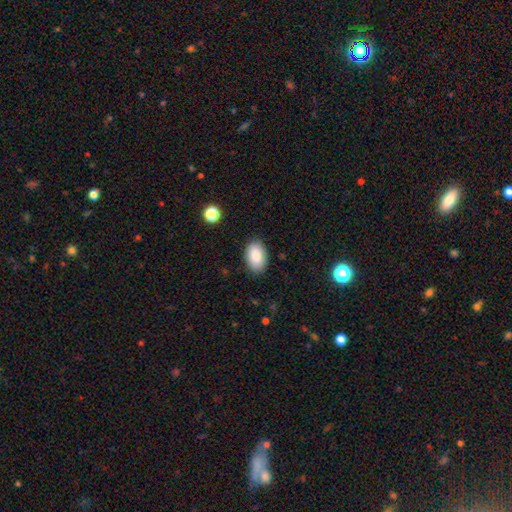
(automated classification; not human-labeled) smooth_or_featured: smooth (p=0.86) [alt: star or artifact p=0.07]
how_rounded: in between (p=0.93) [alt: round p=0.06]
merging: none (p=0.87) [alt: minor disturbance p=0.10]